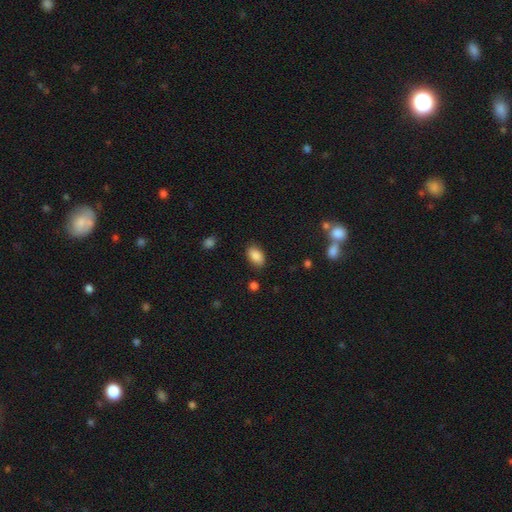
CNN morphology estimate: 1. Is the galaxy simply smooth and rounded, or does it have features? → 87% smooth, 8% star or artifact, 5% featured or disk.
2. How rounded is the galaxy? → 90% in between, 8% round, 2% cigar-shaped.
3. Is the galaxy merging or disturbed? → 84% none, 12% minor disturbance, 3% major disturbance, 2% merger.